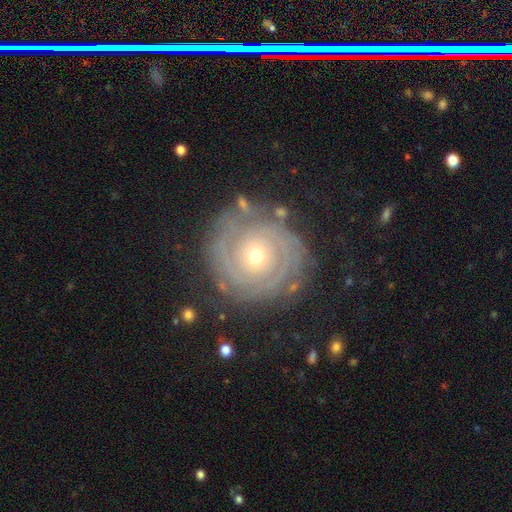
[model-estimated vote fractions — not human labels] Smooth or featured? Predicted: featured or disk (p=0.86). Edge-on disk? Predicted: no (p=0.97). Bar? Predicted: no (p=0.83). Spiral arms? Predicted: yes (p=0.95). Spiral winding? Predicted: tight (p=0.86). Spiral arm count? Predicted: 2 (p=0.42). Bulge size? Predicted: small (p=0.49). Merging? Predicted: none (p=0.82).